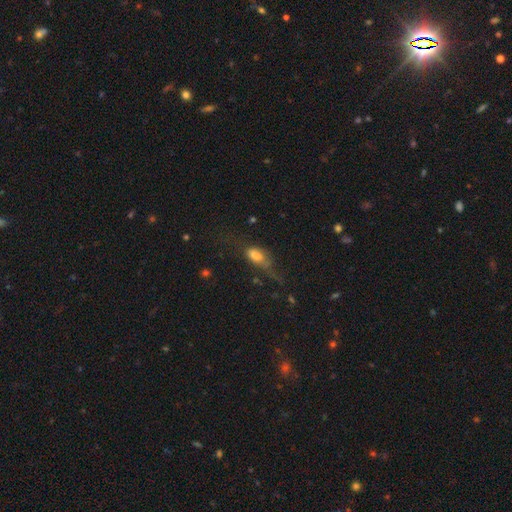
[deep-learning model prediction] Q: Smooth or featured?
A: smooth (66%); runner-up: featured or disk (22%)
Q: How rounded?
A: in between (80%); runner-up: cigar-shaped (14%)
Q: Merging?
A: major disturbance (39%); runner-up: none (31%)